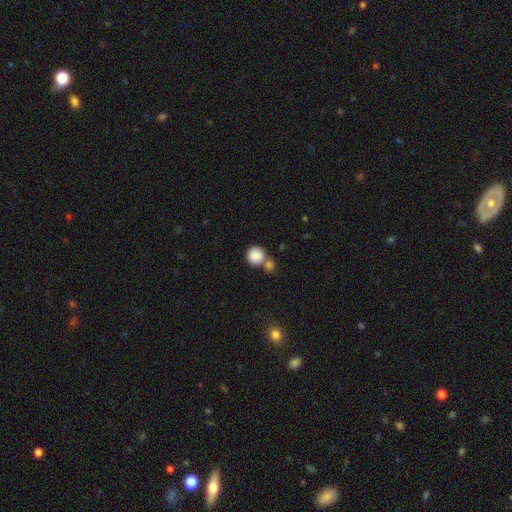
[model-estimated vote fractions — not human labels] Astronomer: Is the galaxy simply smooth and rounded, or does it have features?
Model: smooth — 87%.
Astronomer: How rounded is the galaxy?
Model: round — 90%.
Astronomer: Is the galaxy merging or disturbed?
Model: none — 52% (runner-up: merger, 35%).